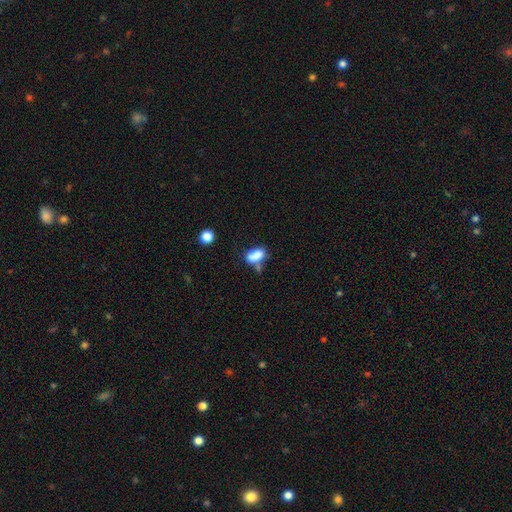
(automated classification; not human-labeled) smooth-or-featured: smooth: 79% | featured or disk: 11% | star or artifact: 10%
  how-rounded: in between: 85% | cigar-shaped: 8% | round: 7%
  merging: none: 41% | merger: 26% | minor disturbance: 23% | major disturbance: 11%